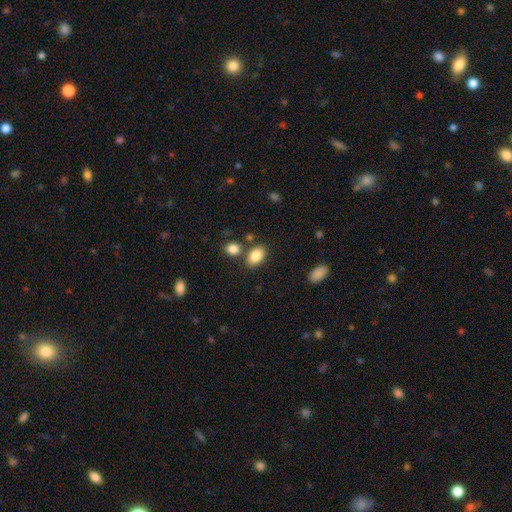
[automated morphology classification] This is clearly a smooth galaxy (86%). How rounded: likely in between (80%). Merging: likely none (73%).